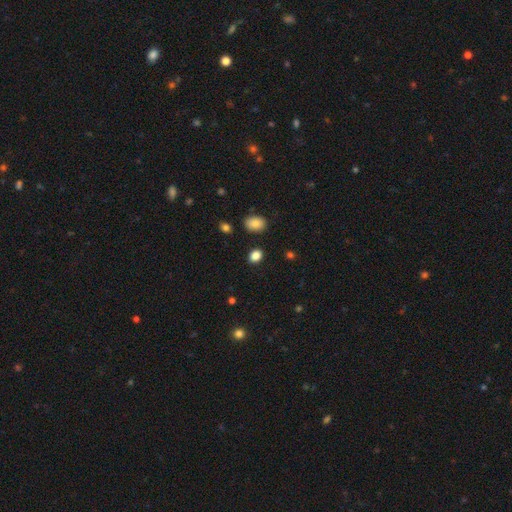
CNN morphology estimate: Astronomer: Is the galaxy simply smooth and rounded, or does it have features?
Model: smooth — 86%.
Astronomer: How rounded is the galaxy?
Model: in between — 53% (runner-up: round, 46%).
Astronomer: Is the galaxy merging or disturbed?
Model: none — 88%.